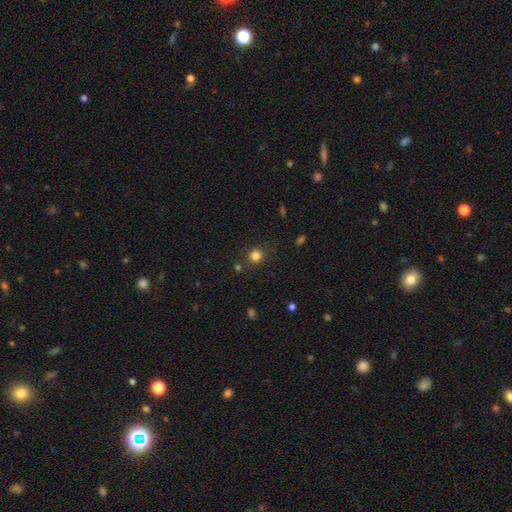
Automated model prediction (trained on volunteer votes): This is clearly a smooth galaxy (81%). How rounded: clearly round (87%). Merging: clearly none (81%).